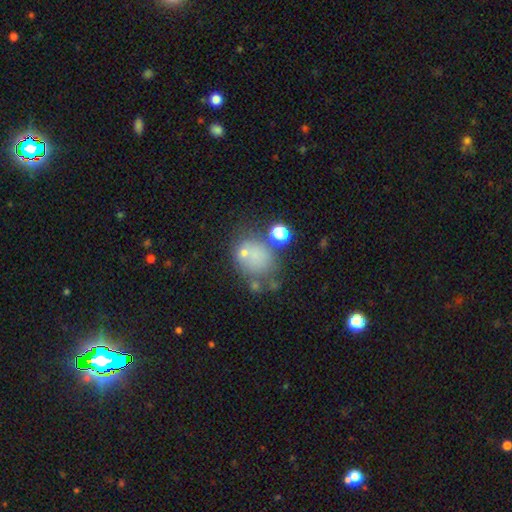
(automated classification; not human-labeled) smooth-or-featured: smooth: 65% | featured or disk: 18% | star or artifact: 17%
  how-rounded: round: 64% | in between: 34% | cigar-shaped: 1%
  merging: none: 50% | merger: 19% | minor disturbance: 18% | major disturbance: 13%